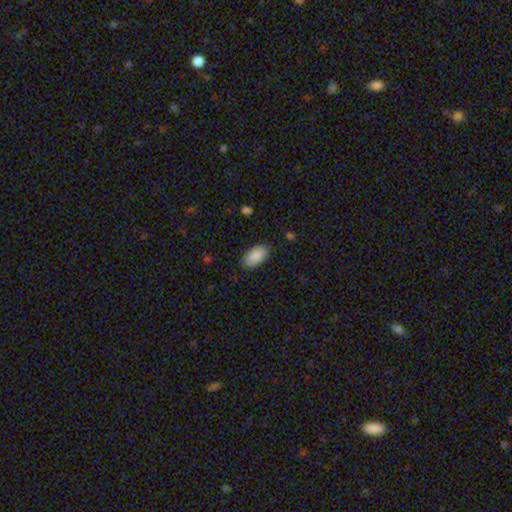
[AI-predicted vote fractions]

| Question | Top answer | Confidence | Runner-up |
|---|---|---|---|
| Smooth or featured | smooth | 89% | star or artifact (6%) |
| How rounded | in between | 95% | cigar-shaped (3%) |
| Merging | none | 86% | minor disturbance (11%) |